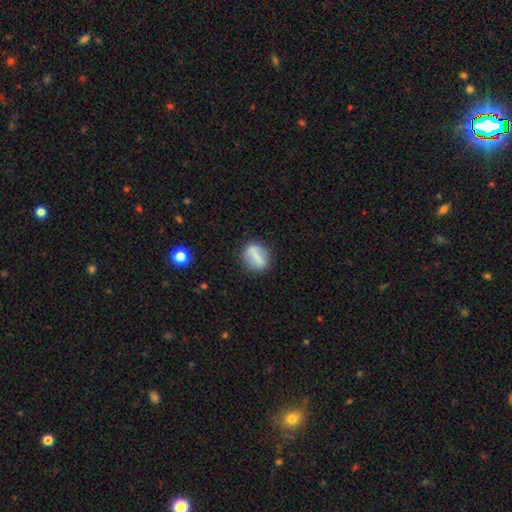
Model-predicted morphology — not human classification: type=smooth (66%); roundness=round (47%, tied with in between); merging=none (82%).